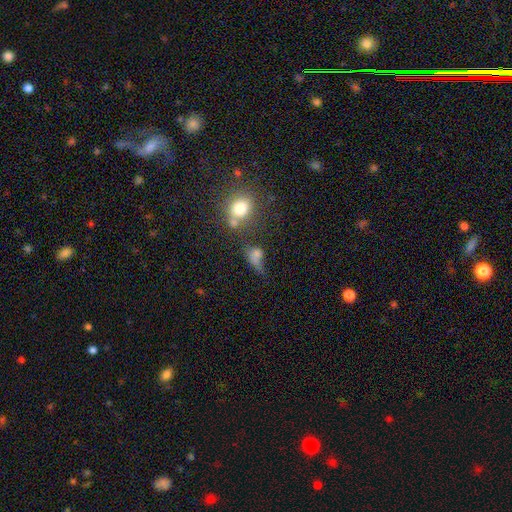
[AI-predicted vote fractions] Smooth or featured? smooth (66%)
How rounded? in between (59%)
Merging? major disturbance (31%)